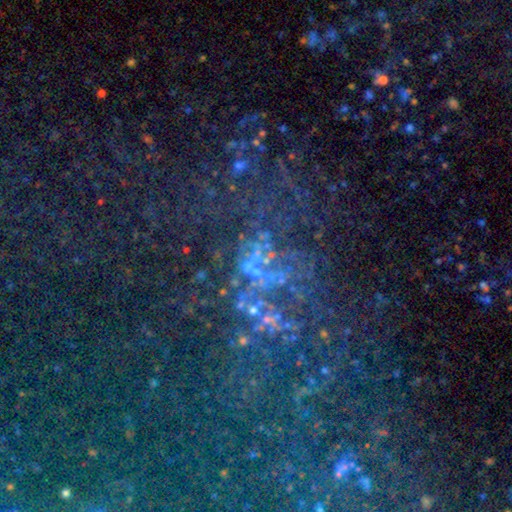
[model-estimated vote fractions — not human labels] The model was most divided on "smooth or featured": featured or disk: 48%, star or artifact: 39%, smooth: 13%. Remaining: merging — none (47%).